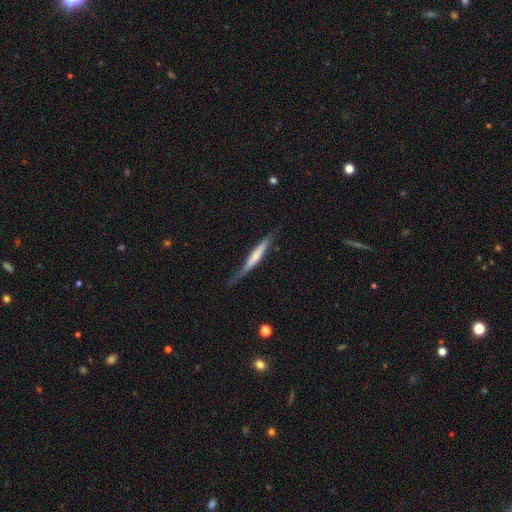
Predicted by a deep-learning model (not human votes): Smooth or featured?
  - smooth: 48% *
  - featured or disk: 47%
  - star or artifact: 5%
Merging?
  - none: 64% *
  - minor disturbance: 26%
  - major disturbance: 7%
  - merger: 2%